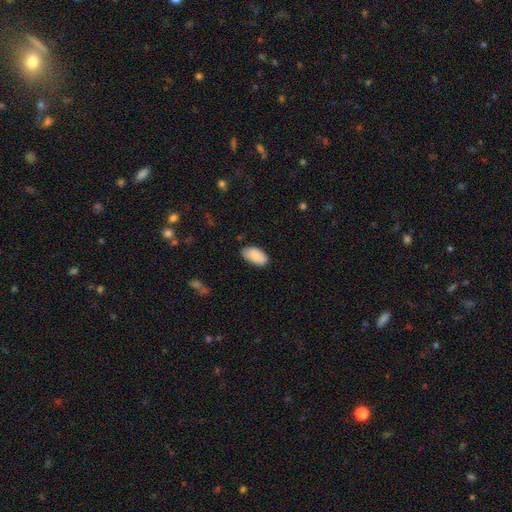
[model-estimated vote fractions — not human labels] Smooth or featured: smooth — 88% (star or artifact — 6%)
How rounded: in between — 95% (round — 3%)
Merging: none — 79% (minor disturbance — 17%)